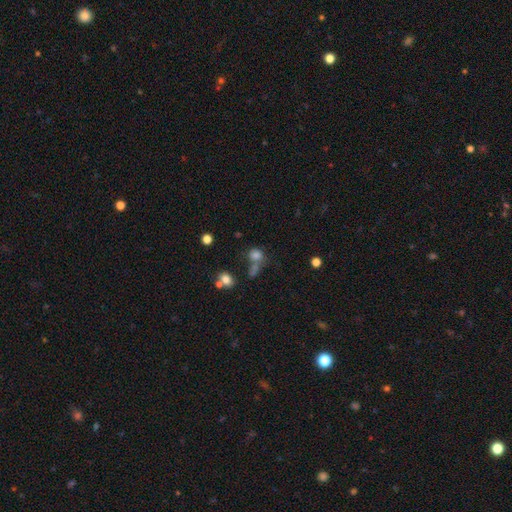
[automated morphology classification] A smooth galaxy with no disk features (76%) that is round (68%).

Vote fractions:
- Smooth or featured? smooth: 76% / star or artifact: 15% / featured or disk: 8%
- How rounded? round: 68% / in between: 30% / cigar-shaped: 2%
- Merging? none: 44% / merger: 33% / minor disturbance: 14% / major disturbance: 10%